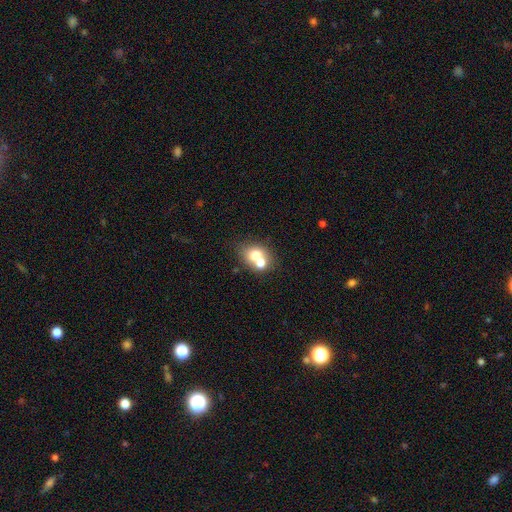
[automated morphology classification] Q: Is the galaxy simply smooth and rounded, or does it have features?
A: smooth — 68%.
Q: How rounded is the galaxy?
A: round — 54%.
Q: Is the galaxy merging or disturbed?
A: merger — 51%.